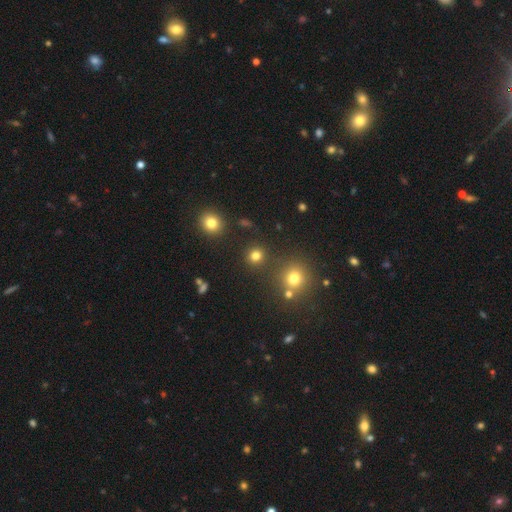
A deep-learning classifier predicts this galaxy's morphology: The model was most divided on "smooth or featured": smooth: 79%, star or artifact: 17%, featured or disk: 5%. More confident: how rounded — round (91%); merging — none (85%).